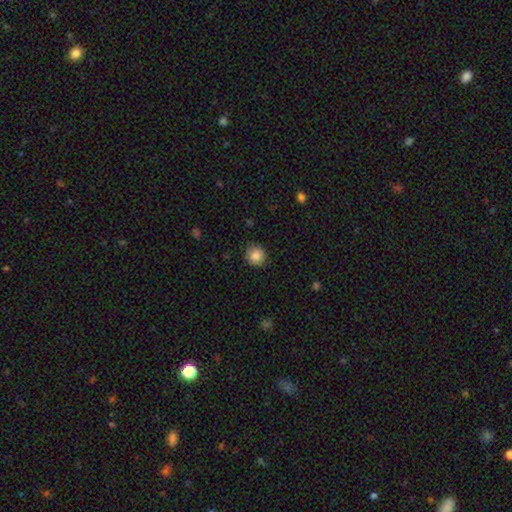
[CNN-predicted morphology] Q: Smooth or featured?
A: smooth (85%); runner-up: star or artifact (9%)
Q: How rounded?
A: round (89%); runner-up: in between (10%)
Q: Merging?
A: none (88%); runner-up: minor disturbance (9%)